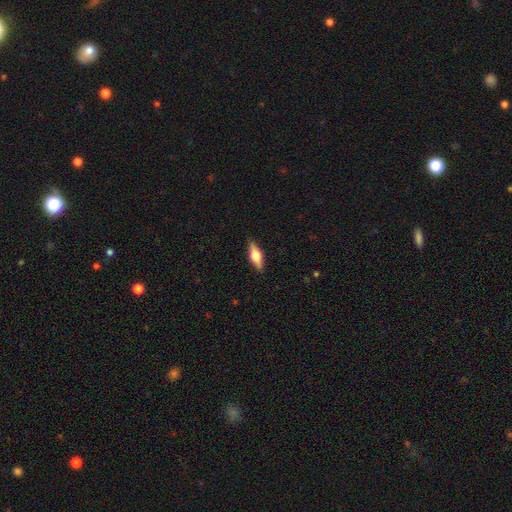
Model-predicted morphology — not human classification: Smooth or featured: featured or disk — 51% (smooth — 42%)
Edge-on disk: yes — 94% (no — 6%)
Merging: none — 88% (minor disturbance — 9%)